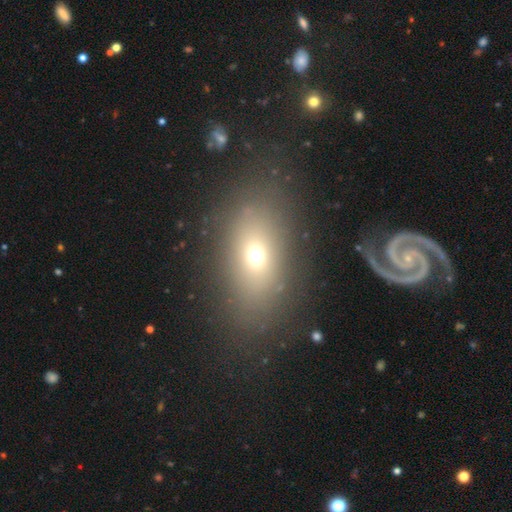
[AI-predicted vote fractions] This appears to be a smooth galaxy with no disk features (64%) that is in between round and cigar-shaped (76%). Merging: none (80%).